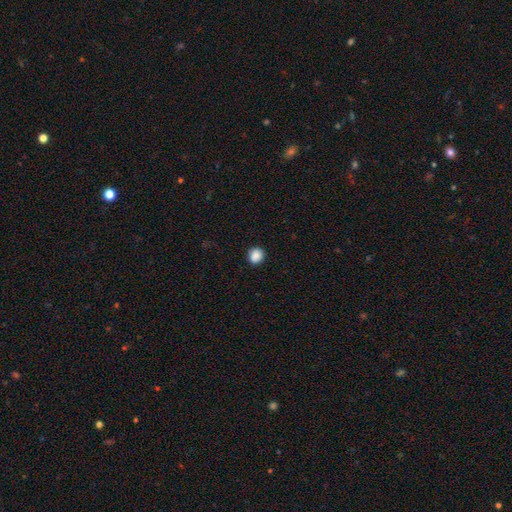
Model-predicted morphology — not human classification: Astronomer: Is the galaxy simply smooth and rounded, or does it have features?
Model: smooth — 88%.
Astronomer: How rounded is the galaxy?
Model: round — 85%.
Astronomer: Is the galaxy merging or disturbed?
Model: none — 91%.